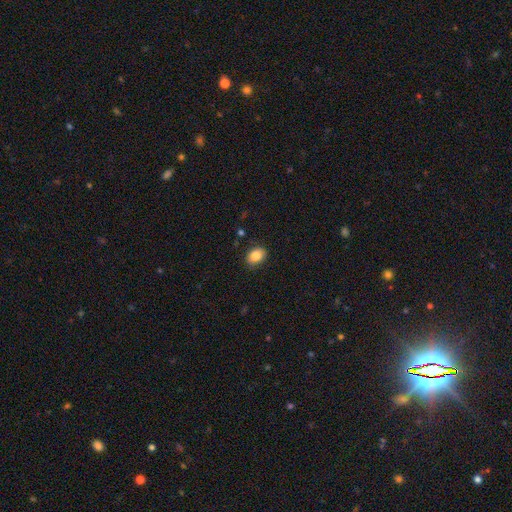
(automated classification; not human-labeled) Smooth or featured: smooth — 85% (star or artifact — 8%)
How rounded: in between — 67% (round — 32%)
Merging: none — 84% (minor disturbance — 12%)